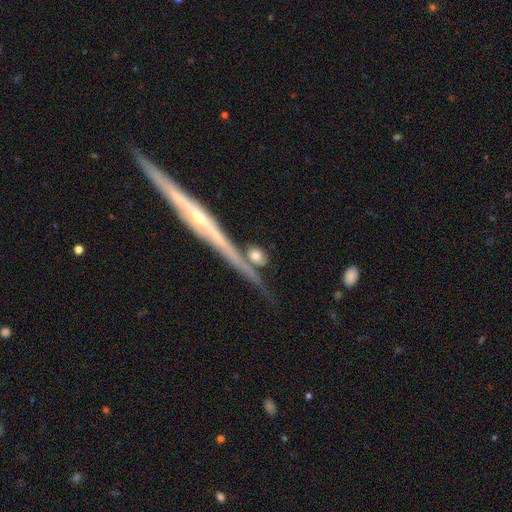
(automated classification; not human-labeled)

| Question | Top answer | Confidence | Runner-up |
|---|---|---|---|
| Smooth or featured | smooth | 65% | featured or disk (25%) |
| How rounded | round | 52% | in between (26%) |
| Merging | none | 64% | minor disturbance (15%) |